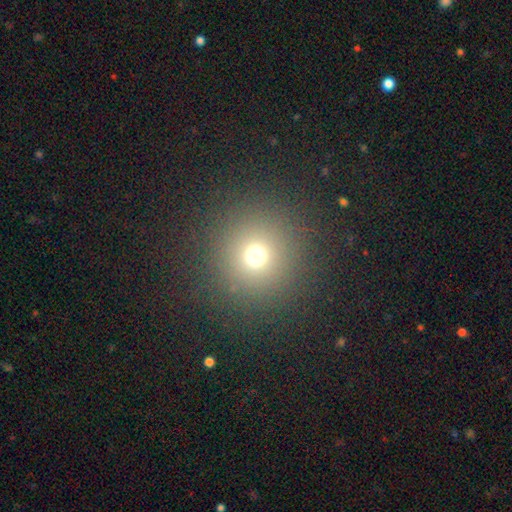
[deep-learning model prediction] A smooth galaxy with no disk features (69%) that is round (95%). Merging: none (87%).